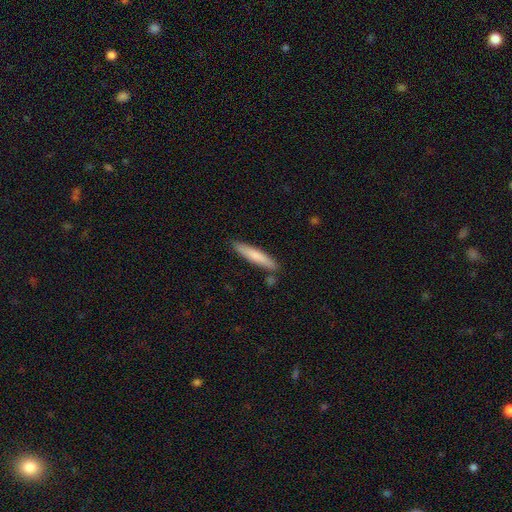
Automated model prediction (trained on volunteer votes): Q: Smooth or featured?
A: smooth (74%); runner-up: featured or disk (21%)
Q: How rounded?
A: cigar-shaped (91%); runner-up: in between (8%)
Q: Merging?
A: none (84%); runner-up: minor disturbance (10%)